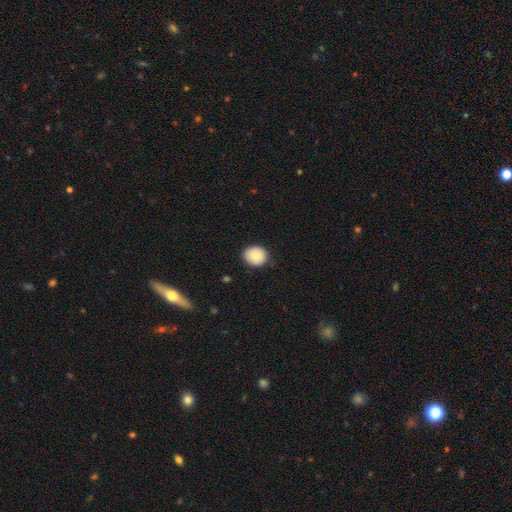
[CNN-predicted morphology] Overall: smooth (83%). How rounded: round (77%). Merging: none (85%).